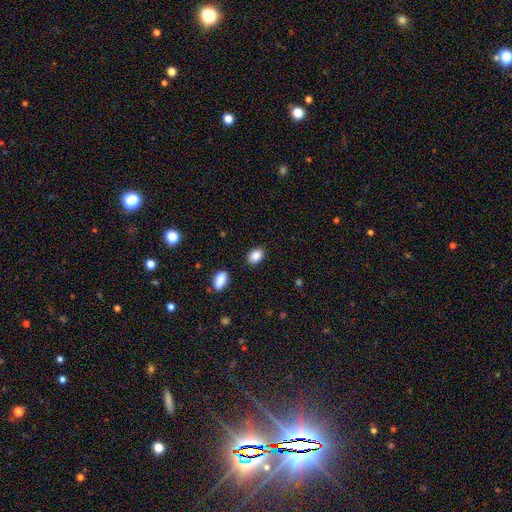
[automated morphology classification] Smooth or featured? smooth (87%)
How rounded? in between (75%)
Merging? none (87%)